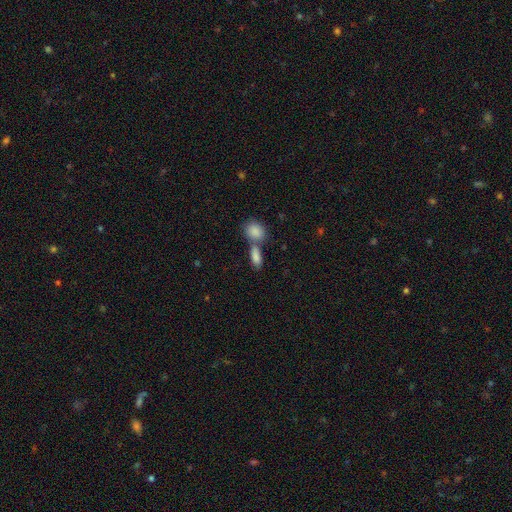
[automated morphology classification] smooth 85%, star or artifact 7%, featured or disk 7%. Down the decision tree: how rounded — in between (83%); merging — merger (45%).